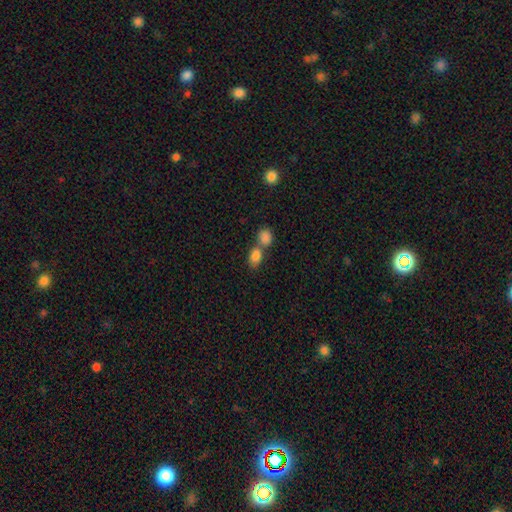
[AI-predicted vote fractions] A smooth galaxy with no disk features (84%) that is in between round and cigar-shaped (80%).

Vote fractions:
- Smooth or featured? smooth: 84% / star or artifact: 9% / featured or disk: 7%
- How rounded? in between: 80% / round: 18% / cigar-shaped: 2%
- Merging? merger: 59% / none: 31% / minor disturbance: 7% / major disturbance: 3%